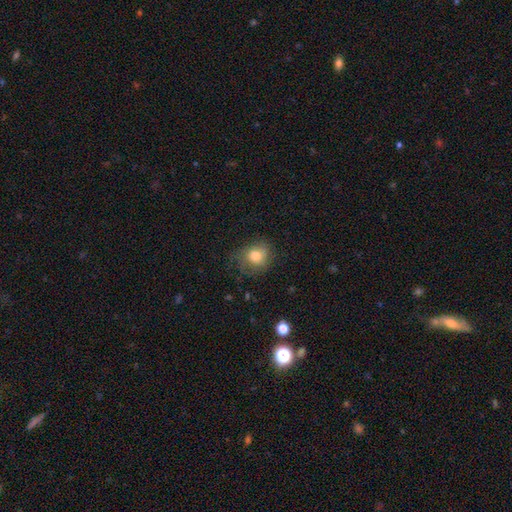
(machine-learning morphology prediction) Smooth or featured: smooth — 73% (featured or disk — 17%)
How rounded: round — 68% (in between — 31%)
Merging: none — 59% (minor disturbance — 26%)